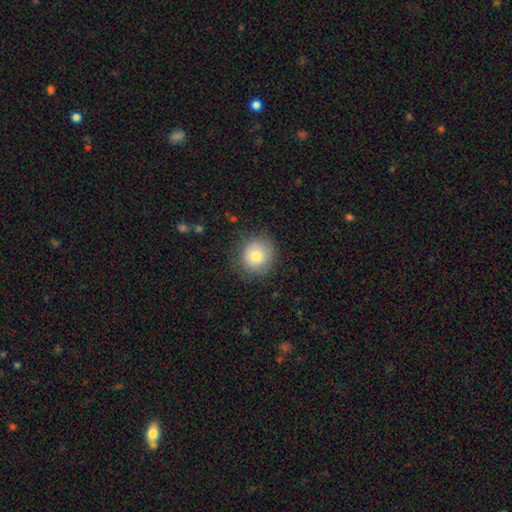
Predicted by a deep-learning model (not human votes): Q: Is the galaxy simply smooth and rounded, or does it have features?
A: smooth — 81%.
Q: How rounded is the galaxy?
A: round — 89%.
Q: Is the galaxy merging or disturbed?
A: none — 81%.